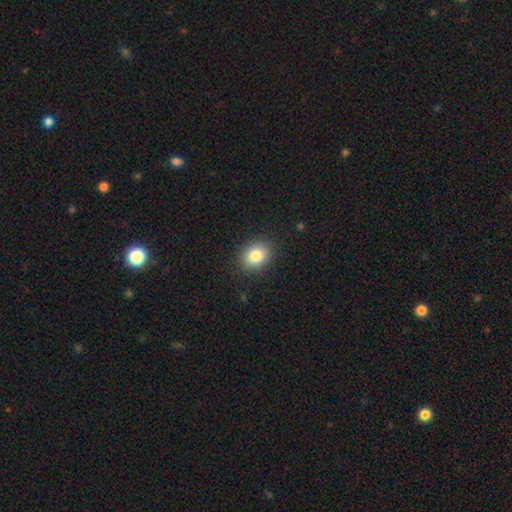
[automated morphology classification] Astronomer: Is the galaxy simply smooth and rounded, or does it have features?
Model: smooth — 84%.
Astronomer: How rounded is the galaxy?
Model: in between — 51% (runner-up: round, 48%).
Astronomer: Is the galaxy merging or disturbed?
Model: none — 88%.